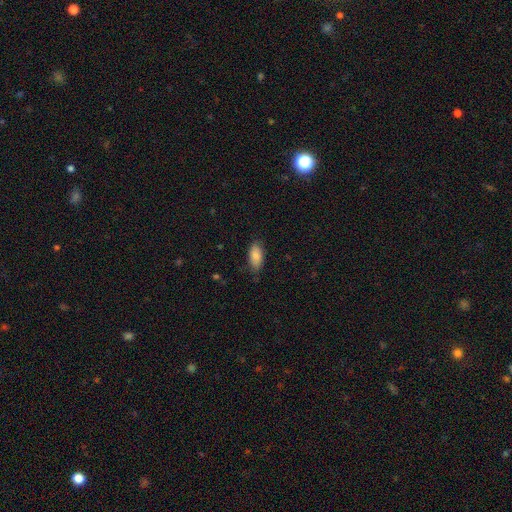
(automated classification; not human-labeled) A smooth galaxy with no disk features (83%) that is in between round and cigar-shaped (91%).

Vote fractions:
- Smooth or featured? smooth: 83% / featured or disk: 10% / star or artifact: 6%
- How rounded? in between: 91% / cigar-shaped: 7% / round: 2%
- Merging? none: 76% / minor disturbance: 19% / major disturbance: 4% / merger: 1%